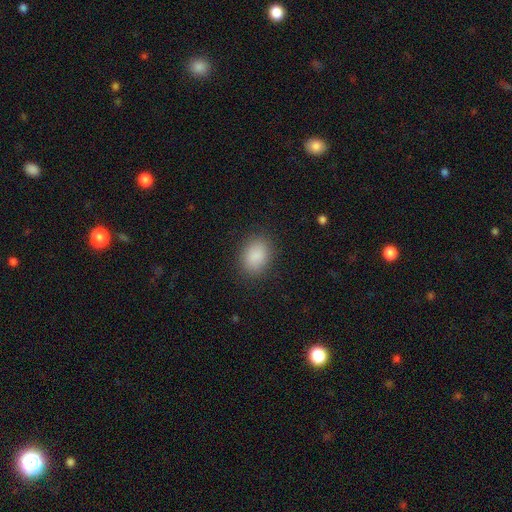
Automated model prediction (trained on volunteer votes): The model was most divided on "how rounded": in between: 67%, round: 32%, cigar-shaped: 1%. More confident: smooth or featured — smooth (88%); merging — none (86%).